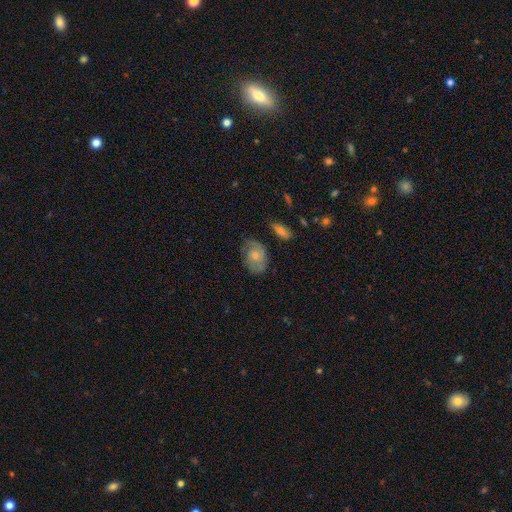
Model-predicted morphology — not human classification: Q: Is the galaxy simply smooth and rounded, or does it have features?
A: smooth — 53%.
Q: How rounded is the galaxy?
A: in between — 72%.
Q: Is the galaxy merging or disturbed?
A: none — 64%.